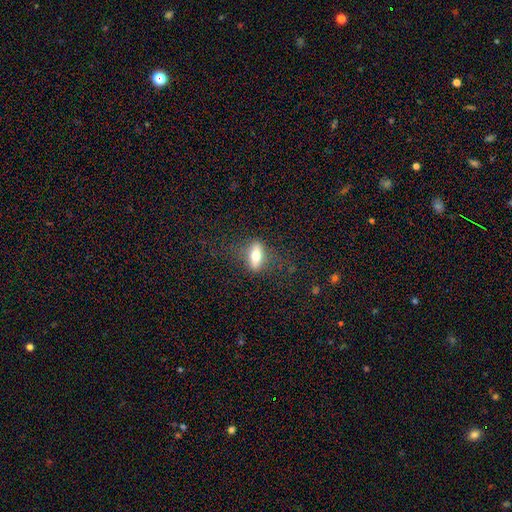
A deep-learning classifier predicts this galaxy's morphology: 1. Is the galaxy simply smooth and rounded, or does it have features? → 53% smooth, 39% featured or disk, 8% star or artifact.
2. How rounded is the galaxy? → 60% in between, 33% cigar-shaped, 6% round.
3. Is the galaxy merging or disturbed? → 76% none, 14% minor disturbance, 8% major disturbance, 1% merger.